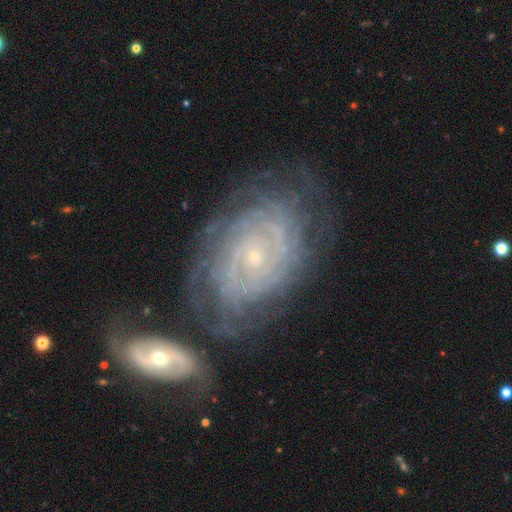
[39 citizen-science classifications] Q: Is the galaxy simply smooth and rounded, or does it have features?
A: featured or disk — 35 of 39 (90%).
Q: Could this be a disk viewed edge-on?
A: no — 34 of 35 (97%).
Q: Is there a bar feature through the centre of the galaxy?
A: no — 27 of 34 (79%).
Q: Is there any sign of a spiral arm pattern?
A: yes — 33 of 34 (97%).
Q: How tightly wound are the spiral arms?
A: tight — 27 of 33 (82%).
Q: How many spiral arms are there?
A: can't tell — 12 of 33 (36%).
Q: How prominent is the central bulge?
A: small — 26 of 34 (76%).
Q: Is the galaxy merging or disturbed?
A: none — 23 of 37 (62%).